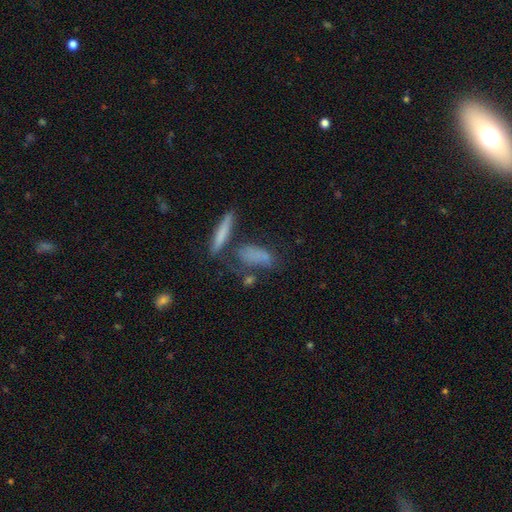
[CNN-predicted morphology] type=smooth (66%); roundness=in between (49%); merging=none (47%).